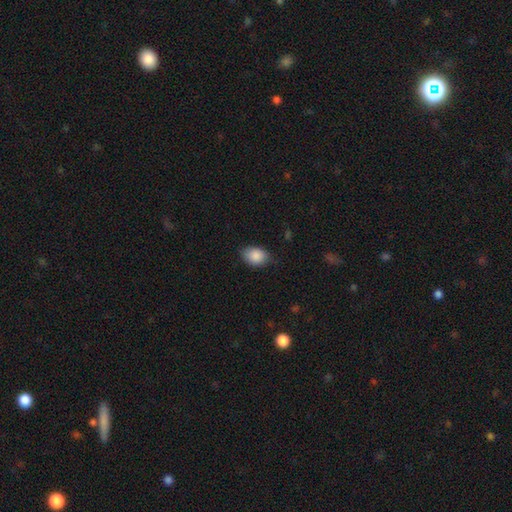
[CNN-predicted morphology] This is clearly a smooth galaxy (88%). How rounded: likely in between (77%). Merging: likely none (78%).